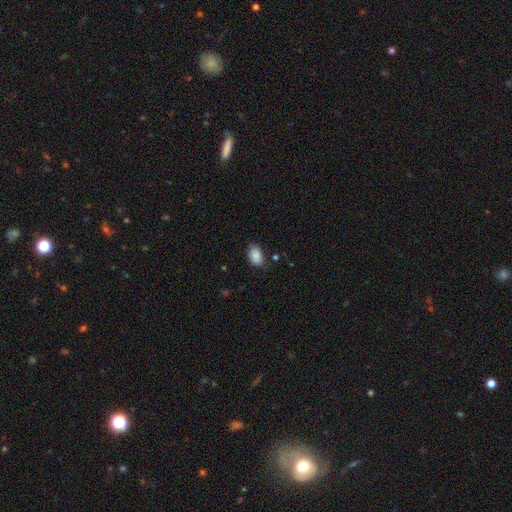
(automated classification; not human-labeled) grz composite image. It shows a smooth galaxy with no disk features (88%) that is in between round and cigar-shaped (89%). Merging: none (78%).